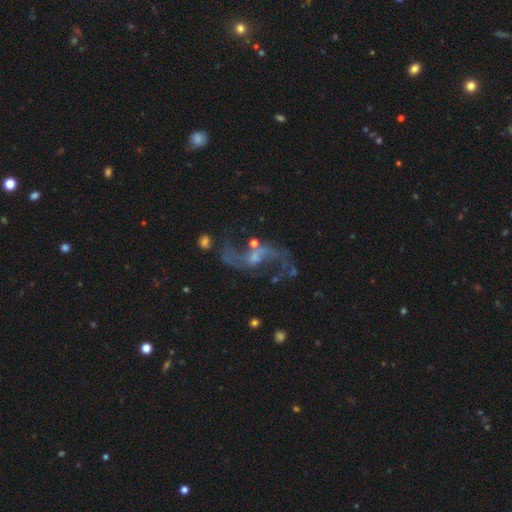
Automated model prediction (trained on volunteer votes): smooth-or-featured: featured or disk: 86% | star or artifact: 8% | smooth: 6%
  disk-edge-on: no: 96% | yes: 4%
    bar: no: 45% | weak: 42% | strong: 13%
    has-spiral-arms: yes: 93% | no: 7%
      spiral-winding: loose: 85% | medium: 12% | tight: 3%
      spiral-arm-count: 2: 92% | 1: 3% | can't tell: 2% | 3: 1% | 4: 1% | more than 4: 1%
    bulge-size: small: 52% | moderate: 28% | none: 15% | large: 3% | dominant: 1%
  merging: none: 55% | minor disturbance: 16% | major disturbance: 16% | merger: 12%